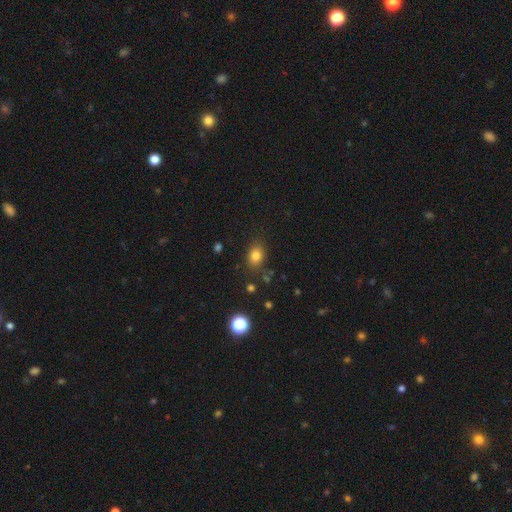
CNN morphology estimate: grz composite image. It shows a smooth galaxy with no disk features (80%) that is in between round and cigar-shaped (64%). Merging: none (81%).